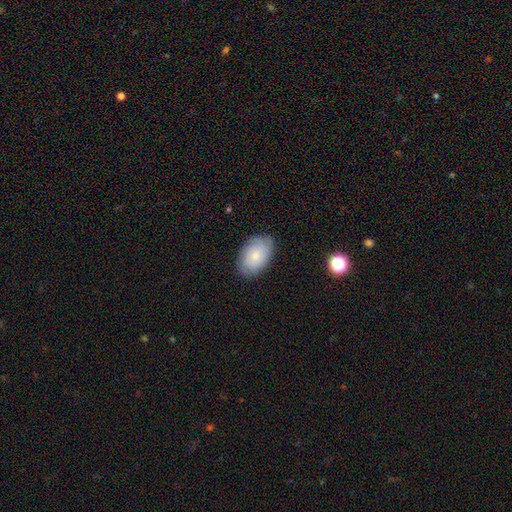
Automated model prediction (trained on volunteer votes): The model was most divided on "smooth or featured": smooth: 77%, featured or disk: 17%, star or artifact: 6%. More confident: how rounded — in between (92%); merging — none (83%).